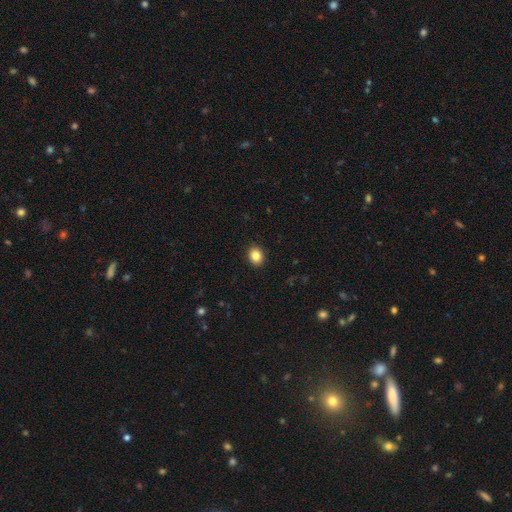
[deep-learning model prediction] A smooth galaxy with no disk features (85%) that is round (54%). Merging: none (91%).